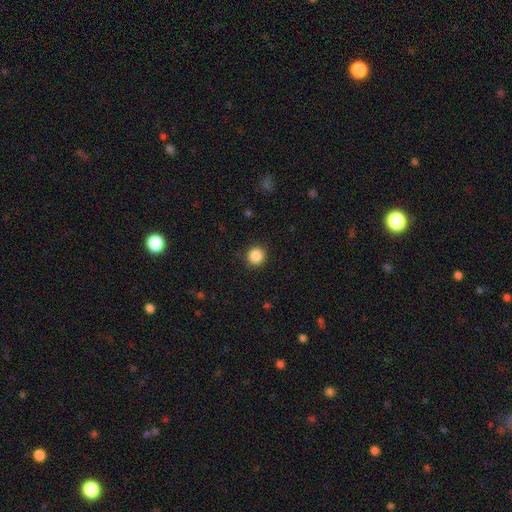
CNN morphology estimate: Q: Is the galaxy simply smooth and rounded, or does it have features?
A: smooth — 87%.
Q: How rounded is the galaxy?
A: round — 95%.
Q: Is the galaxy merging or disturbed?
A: none — 92%.